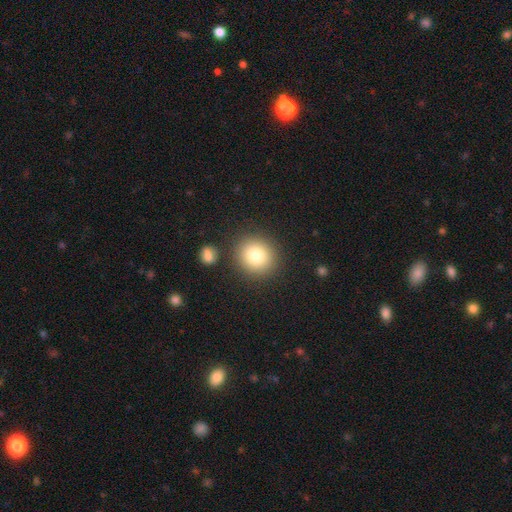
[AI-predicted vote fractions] Smooth or featured?
  - smooth: 81% *
  - star or artifact: 11%
  - featured or disk: 9%
How rounded?
  - round: 86% *
  - in between: 13%
  - cigar-shaped: 1%
Merging?
  - none: 84% *
  - minor disturbance: 8%
  - merger: 5%
  - major disturbance: 3%